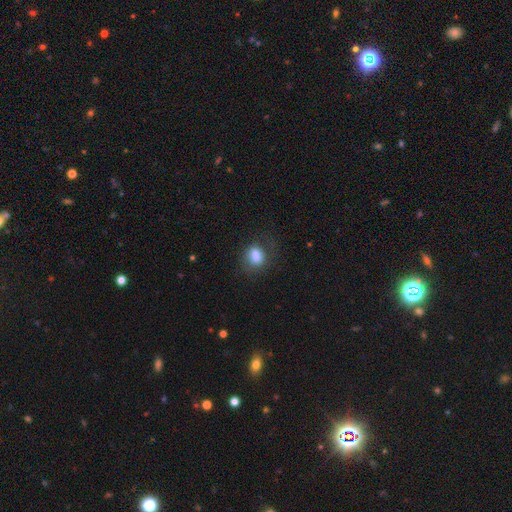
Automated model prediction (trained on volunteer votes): Smooth or featured? smooth (81%)
How rounded? in between (61%)
Merging? none (59%)